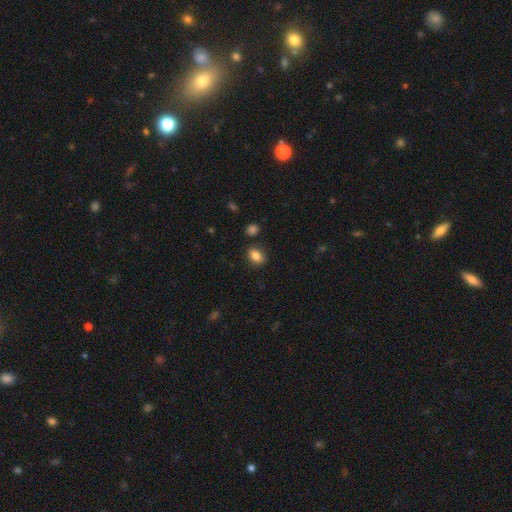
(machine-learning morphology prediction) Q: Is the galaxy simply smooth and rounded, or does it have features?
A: smooth — 85%.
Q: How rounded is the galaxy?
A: in between — 81%.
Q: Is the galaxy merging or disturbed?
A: none — 83%.